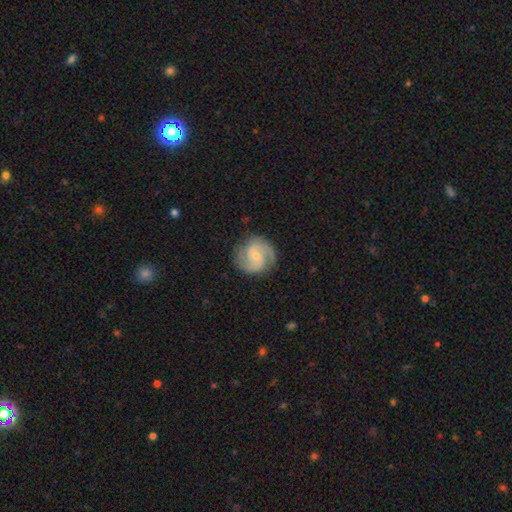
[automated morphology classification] featured or disk 83%, smooth 12%, star or artifact 5%. Down the decision tree: edge-on disk — no (98%); bar — no (52%); spiral arms — yes (97%); spiral arm count — 2 (83%); spiral winding — medium (53%); bulge size — small (67%); merging — none (82%).